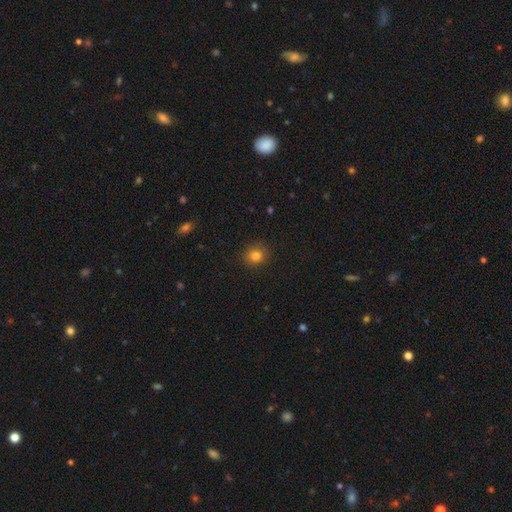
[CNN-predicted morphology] This is clearly a smooth galaxy (82%). How rounded: likely round (79%). Merging: clearly none (88%).